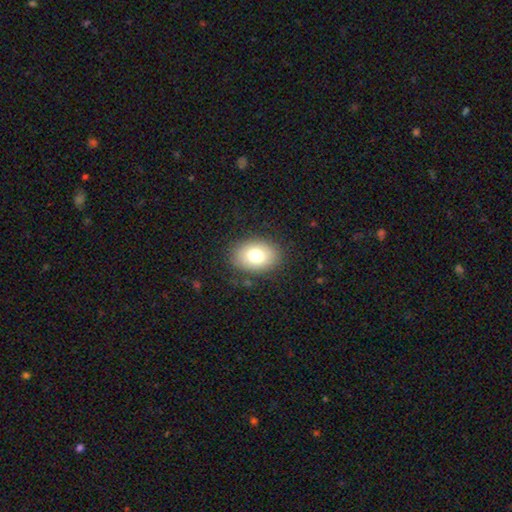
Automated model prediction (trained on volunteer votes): A smooth galaxy with no disk features (78%) that is in between round and cigar-shaped (72%).

Vote fractions:
- Smooth or featured? smooth: 78% / featured or disk: 13% / star or artifact: 10%
- How rounded? in between: 72% / round: 27% / cigar-shaped: 1%
- Merging? none: 85% / minor disturbance: 10% / major disturbance: 3% / merger: 1%